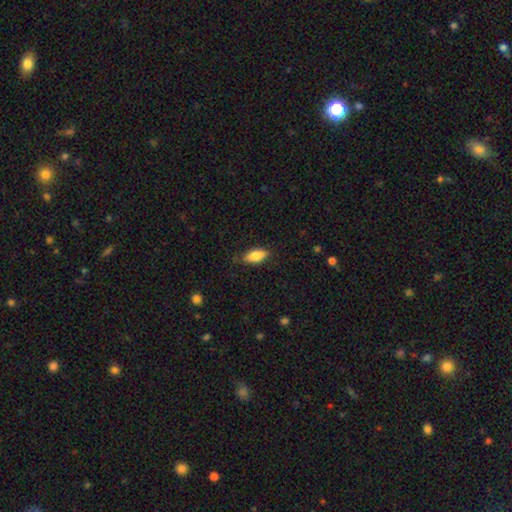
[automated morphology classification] smooth 82%, featured or disk 11%, star or artifact 7%. Down the decision tree: how rounded — in between (84%); merging — none (82%).